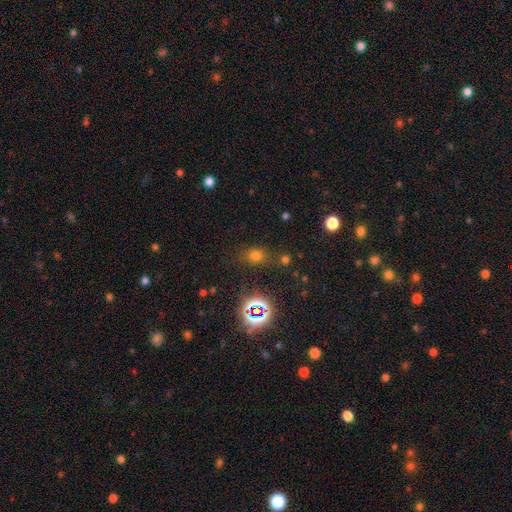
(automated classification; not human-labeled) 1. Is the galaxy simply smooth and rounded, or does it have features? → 63% smooth, 29% star or artifact, 8% featured or disk.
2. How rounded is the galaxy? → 58% round, 40% in between, 2% cigar-shaped.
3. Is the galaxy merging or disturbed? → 74% none, 14% minor disturbance, 7% merger, 6% major disturbance.